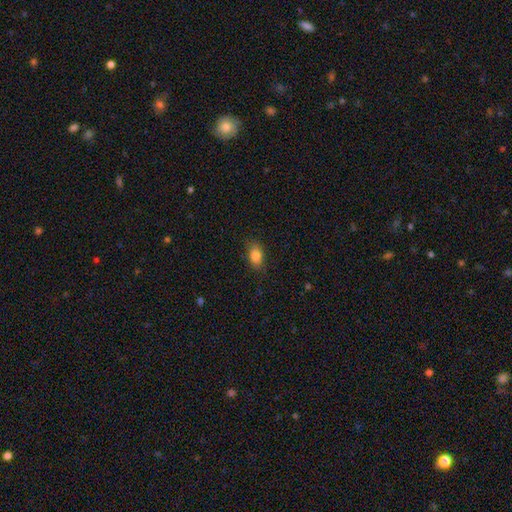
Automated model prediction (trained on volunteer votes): Morphology: type=smooth (83%); roundness=in between (82%); merging=none (82%).